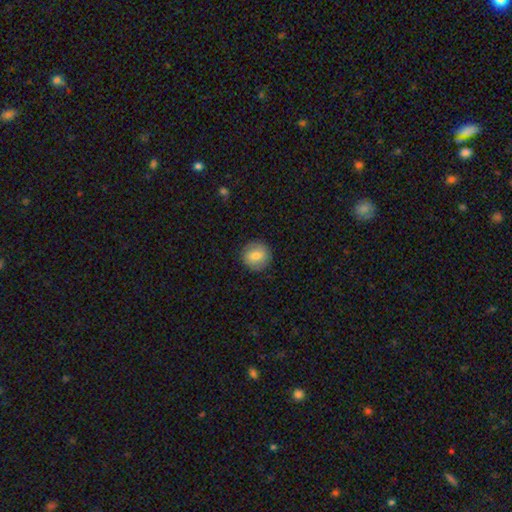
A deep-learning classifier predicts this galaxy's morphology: This is likely a smooth galaxy (72%). How rounded: clearly round (91%). Merging: clearly none (87%).